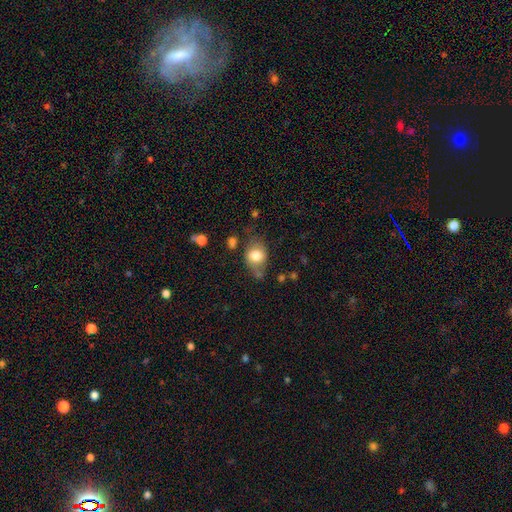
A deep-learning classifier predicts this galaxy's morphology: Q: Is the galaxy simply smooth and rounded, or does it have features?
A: smooth — 76%.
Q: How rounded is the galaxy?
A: in between — 58%.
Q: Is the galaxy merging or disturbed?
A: none — 56%.